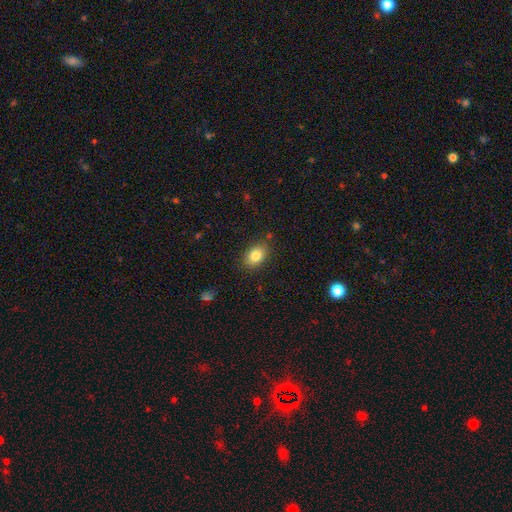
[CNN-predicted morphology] The model was most divided on "how rounded": in between: 83%, round: 16%, cigar-shaped: 1%. More confident: merging — none (85%); smooth or featured — smooth (83%).